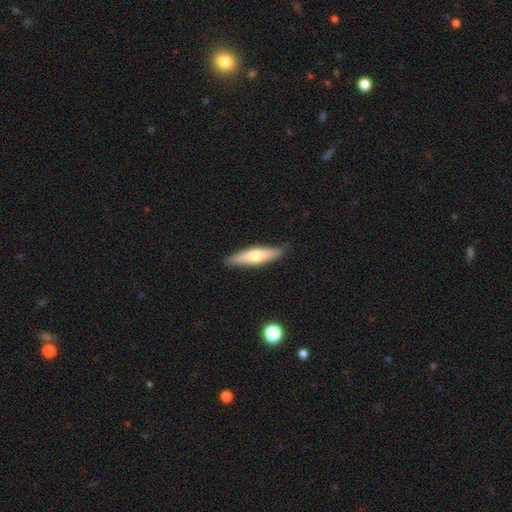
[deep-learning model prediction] smooth_or_featured: smooth (p=0.56) [alt: featured or disk p=0.39]
how_rounded: cigar-shaped (p=0.73) [alt: in between p=0.25]
merging: none (p=0.88) [alt: minor disturbance p=0.09]